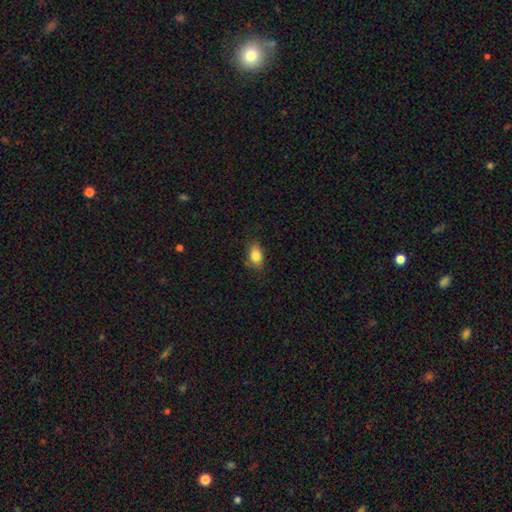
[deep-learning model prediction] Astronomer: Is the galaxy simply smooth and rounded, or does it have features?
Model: smooth — 83%.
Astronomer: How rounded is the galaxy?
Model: in between — 85%.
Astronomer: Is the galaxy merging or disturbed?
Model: none — 77%.